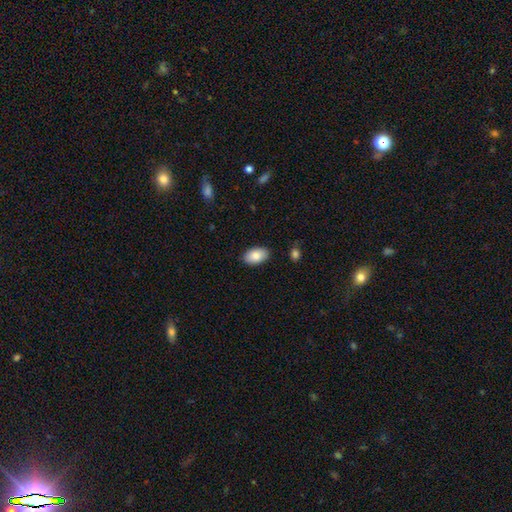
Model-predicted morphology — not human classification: A smooth galaxy with no disk features (86%) that is in between round and cigar-shaped (94%). Merging: none (87%).